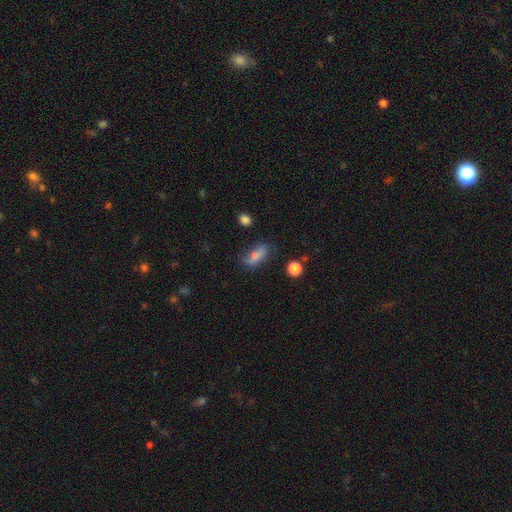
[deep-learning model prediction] Q: Smooth or featured?
A: smooth (63%); runner-up: featured or disk (26%)
Q: How rounded?
A: in between (71%); runner-up: cigar-shaped (23%)
Q: Merging?
A: none (66%); runner-up: minor disturbance (24%)